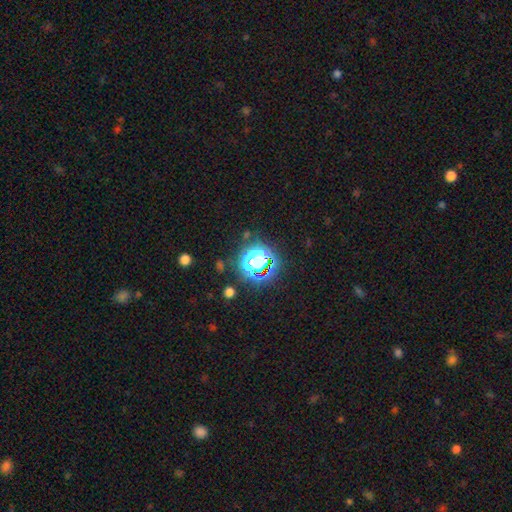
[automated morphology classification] A star or artifact, not a galaxy (62%).

Vote fractions:
- Smooth or featured? star or artifact: 62% / smooth: 28% / featured or disk: 10%